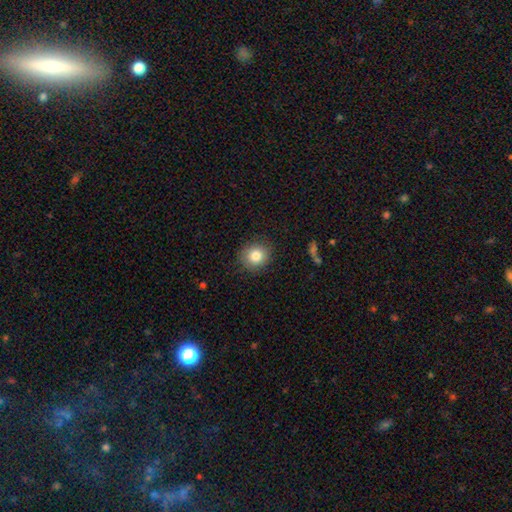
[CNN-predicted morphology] smooth-or-featured: smooth: 83% | star or artifact: 9% | featured or disk: 8%
  how-rounded: round: 83% | in between: 16% | cigar-shaped: 1%
  merging: none: 88% | minor disturbance: 9% | major disturbance: 2% | merger: 1%